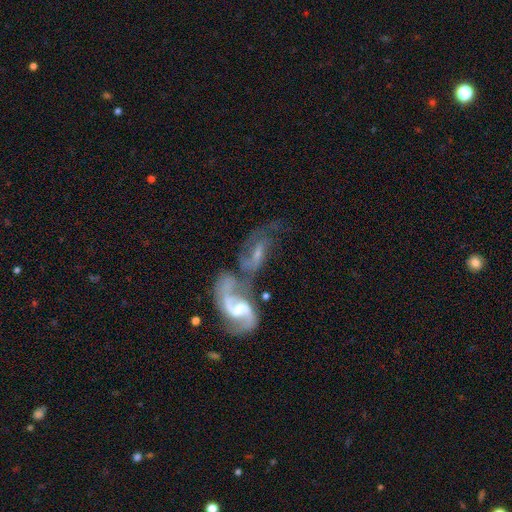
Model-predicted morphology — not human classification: Smooth or featured? featured or disk (80%)
Edge-on disk? no (93%)
Bar? weak (51%)
Spiral arms? yes (91%)
Spiral winding? loose (48%)
Spiral arm count? 2 (82%)
Bulge size? small (47%)
Merging? merger (63%)